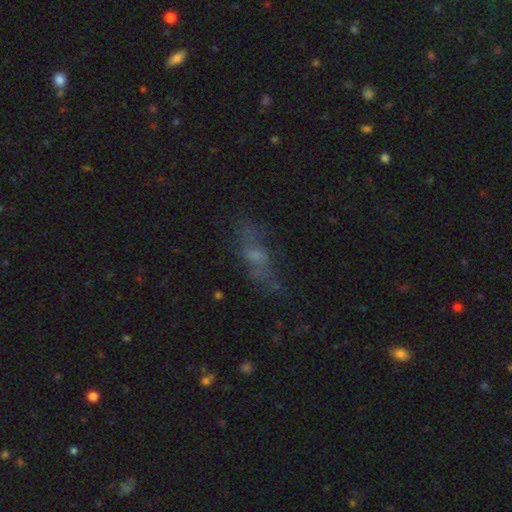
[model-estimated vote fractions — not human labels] A smooth galaxy with no disk features (41%).

Vote fractions:
- Smooth or featured? smooth: 41% / featured or disk: 40% / star or artifact: 19%
- Merging? none: 58% / minor disturbance: 22% / major disturbance: 17% / merger: 4%